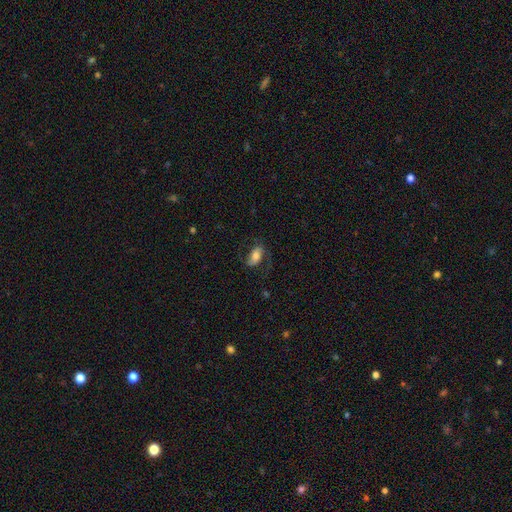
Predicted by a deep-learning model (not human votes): A smooth galaxy with no disk features (47%).

Vote fractions:
- Smooth or featured? smooth: 47% / featured or disk: 46% / star or artifact: 8%
- Merging? none: 65% / minor disturbance: 20% / major disturbance: 14% / merger: 1%